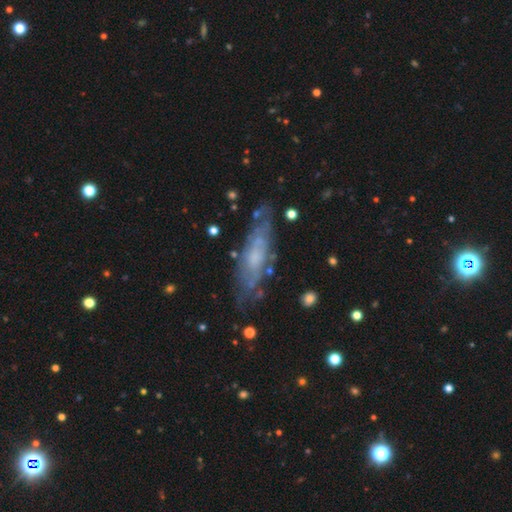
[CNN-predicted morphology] This is likely a featured or disk galaxy (61%). It is likely not viewed edge-on (65%). Merging: likely none (72%).